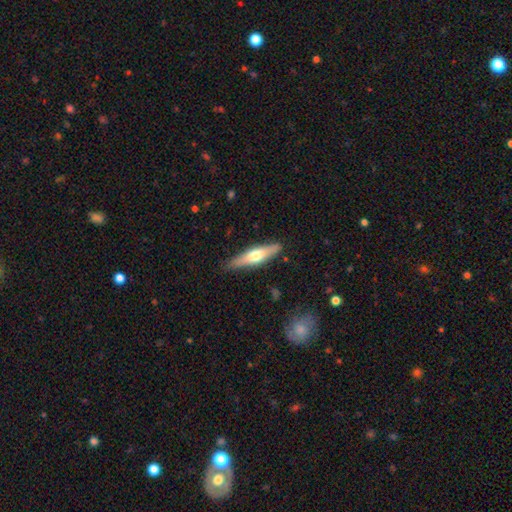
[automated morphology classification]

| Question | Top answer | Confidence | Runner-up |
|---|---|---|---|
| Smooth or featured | smooth | 49% | featured or disk (45%) |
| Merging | none | 84% | minor disturbance (13%) |